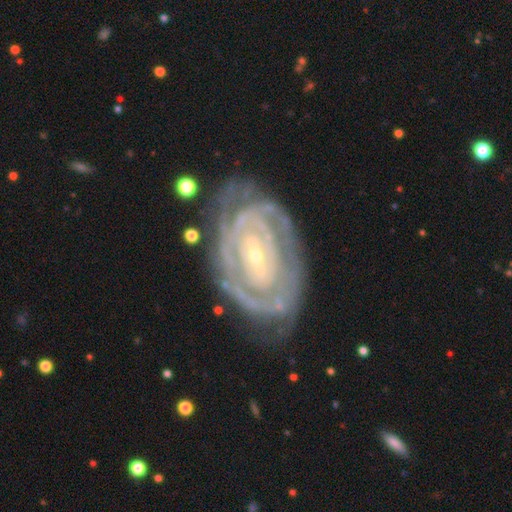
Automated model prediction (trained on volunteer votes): This appears to be a featured or disk galaxy (88%) with a weak bar (38%), tight (80%) spiral arms (92%) and a small central bulge (83%). Merging: none (68%).